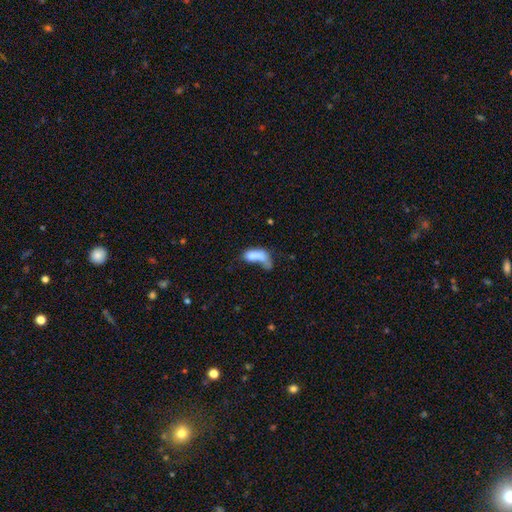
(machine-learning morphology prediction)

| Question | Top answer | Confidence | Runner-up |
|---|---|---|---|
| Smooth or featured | smooth | 68% | featured or disk (22%) |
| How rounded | in between | 80% | cigar-shaped (15%) |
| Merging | merger | 38% | major disturbance (32%) |